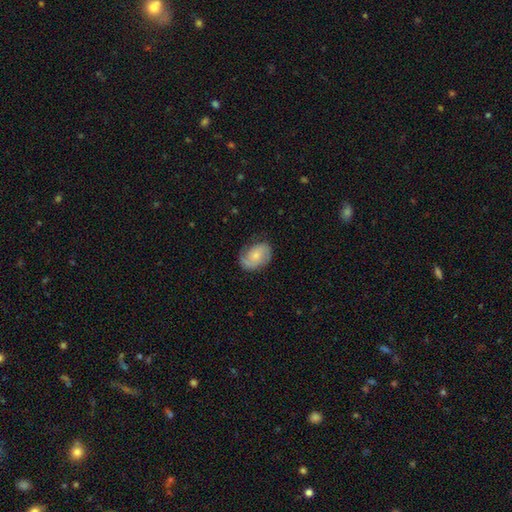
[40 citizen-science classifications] Smooth or featured? 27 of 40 (68%) said featured or disk. Edge-on disk? 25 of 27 (93%) said no. Bar? 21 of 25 (84%) said no. Spiral arms? 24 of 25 (96%) said yes. Spiral winding? 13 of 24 (54%) said tight. Spiral arm count? 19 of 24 (79%) said 2. Bulge size? 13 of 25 (52%) said moderate. Merging? 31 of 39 (79%) said none.